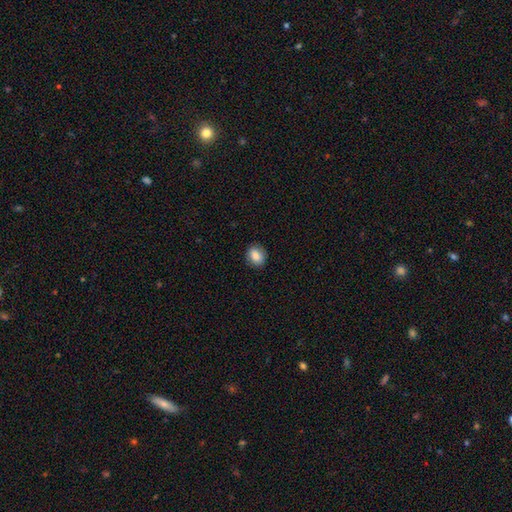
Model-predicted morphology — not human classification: Smooth or featured? smooth (85%)
How rounded? round (55%)
Merging? none (88%)